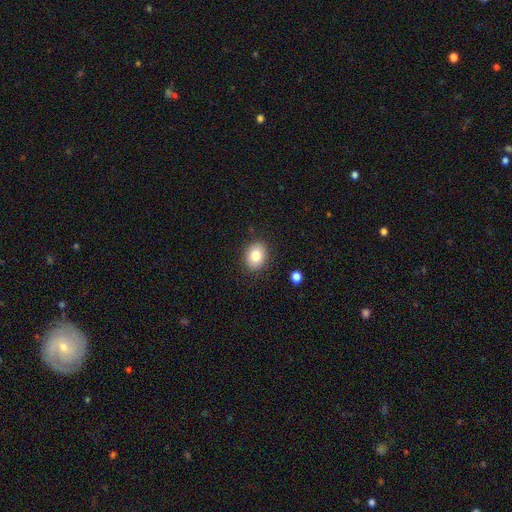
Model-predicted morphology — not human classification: Smooth or featured?
  - smooth: 82% *
  - star or artifact: 9%
  - featured or disk: 9%
How rounded?
  - in between: 52% *
  - round: 47%
  - cigar-shaped: 1%
Merging?
  - none: 87% *
  - minor disturbance: 9%
  - major disturbance: 3%
  - merger: 1%